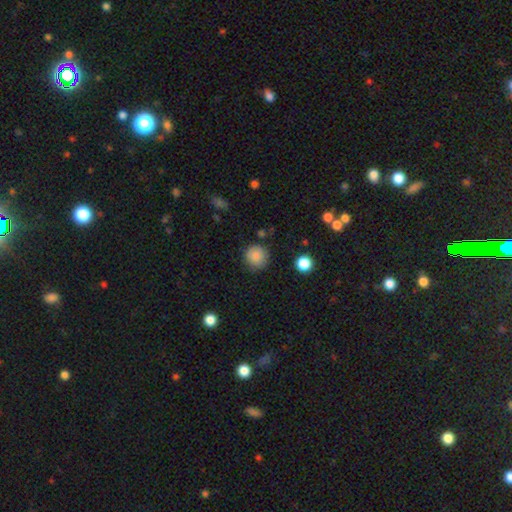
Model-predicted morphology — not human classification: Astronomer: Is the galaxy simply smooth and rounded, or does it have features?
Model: smooth — 85%.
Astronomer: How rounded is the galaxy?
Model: round — 93%.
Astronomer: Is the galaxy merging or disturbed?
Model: none — 83%.